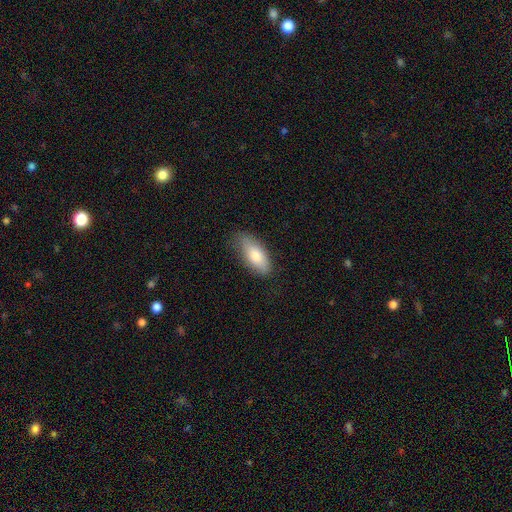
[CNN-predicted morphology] smooth 77%, featured or disk 17%, star or artifact 6%. Down the decision tree: how rounded — in between (84%); merging — none (75%).